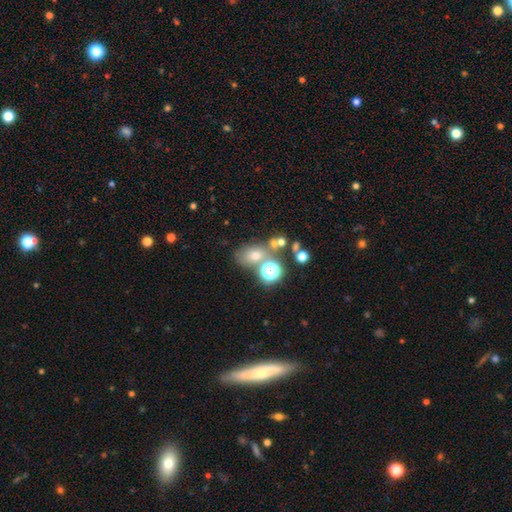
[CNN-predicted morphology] smooth_or_featured: smooth (p=0.55) [alt: star or artifact p=0.30]
how_rounded: in between (p=0.56) [alt: round p=0.42]
merging: none (p=0.54) [alt: merger p=0.25]